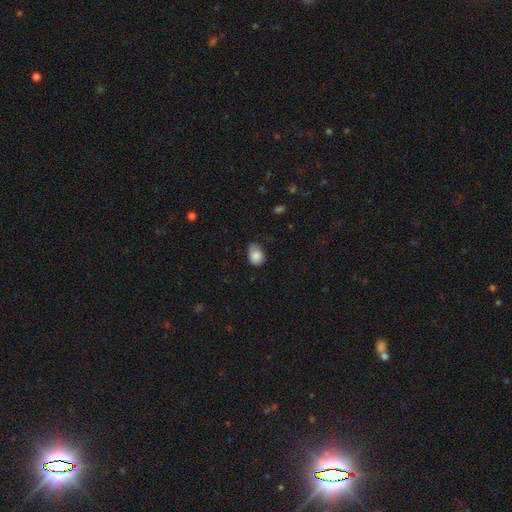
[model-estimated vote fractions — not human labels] Smooth or featured? Predicted: smooth (p=0.83). How rounded? Predicted: in between (p=0.65). Merging? Predicted: none (p=0.47).